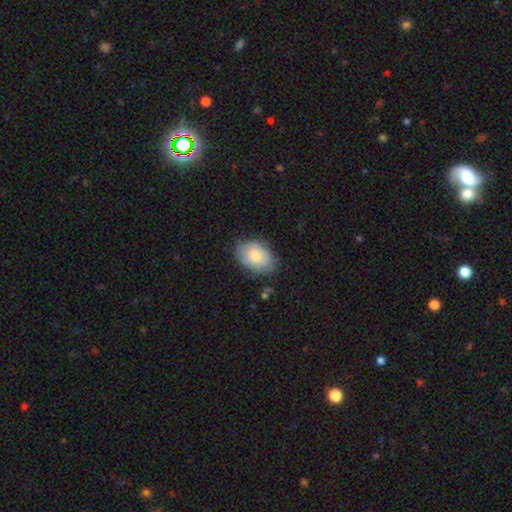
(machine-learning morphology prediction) Smooth or featured: smooth — 78% (featured or disk — 15%)
How rounded: in between — 84% (round — 15%)
Merging: none — 73% (minor disturbance — 21%)